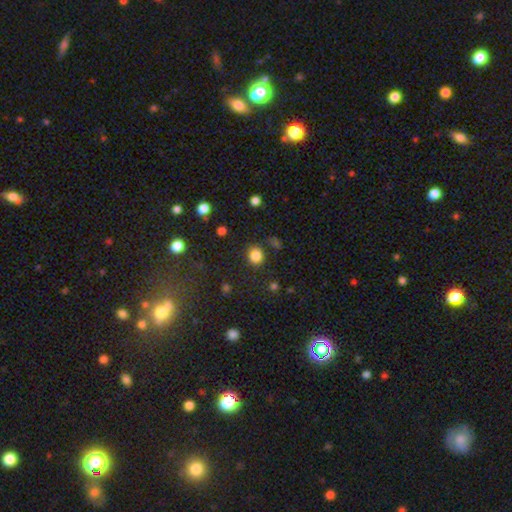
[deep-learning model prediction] This is clearly a smooth galaxy (83%). How rounded: likely round (79%). Merging: clearly none (83%).